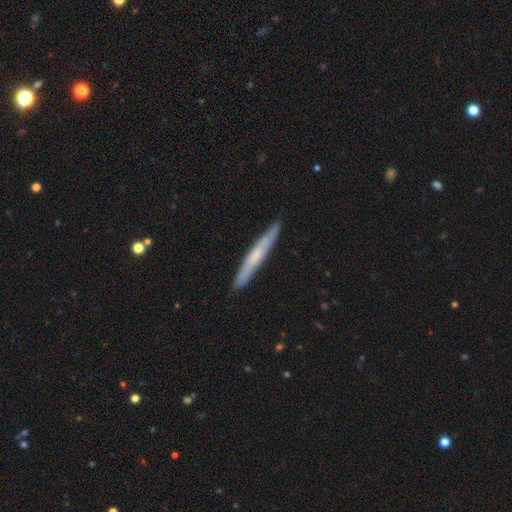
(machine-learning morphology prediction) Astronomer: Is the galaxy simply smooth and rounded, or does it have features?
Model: featured or disk — 47%, tied with smooth at 47%.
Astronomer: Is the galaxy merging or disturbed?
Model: none — 90%.